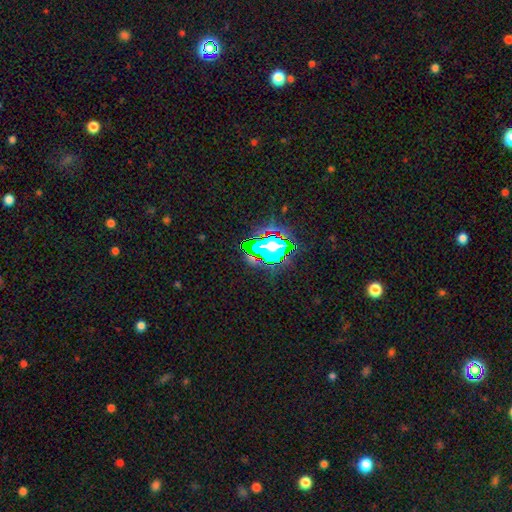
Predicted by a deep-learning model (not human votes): The model was most divided on "smooth or featured": star or artifact: 66%, smooth: 20%, featured or disk: 14%.